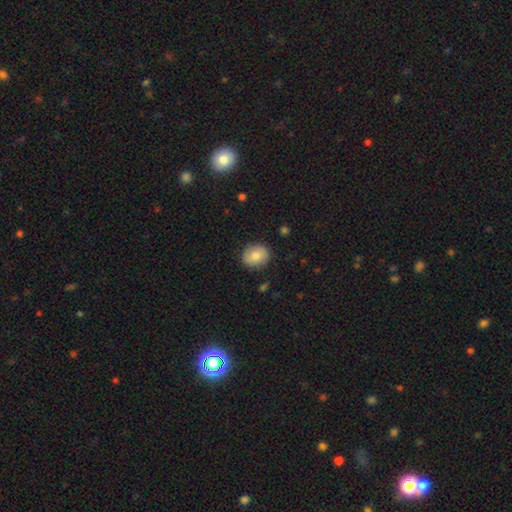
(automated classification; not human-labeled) The model was most divided on "how rounded": round: 68%, in between: 31%, cigar-shaped: 1%. More confident: merging — none (87%); smooth or featured — smooth (79%).